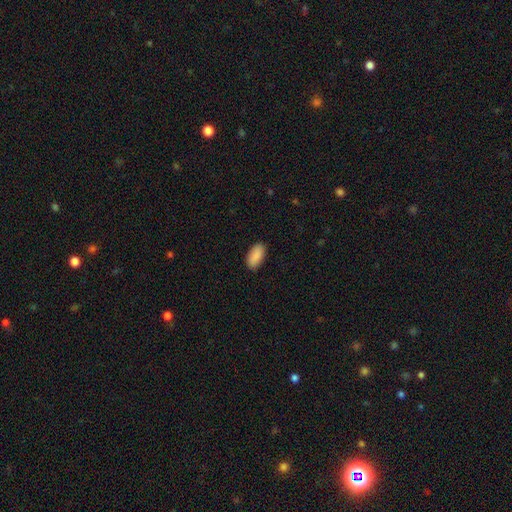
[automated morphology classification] smooth_or_featured: smooth (p=0.90) [alt: star or artifact p=0.06]
how_rounded: in between (p=0.94) [alt: cigar-shaped p=0.04]
merging: none (p=0.88) [alt: minor disturbance p=0.09]